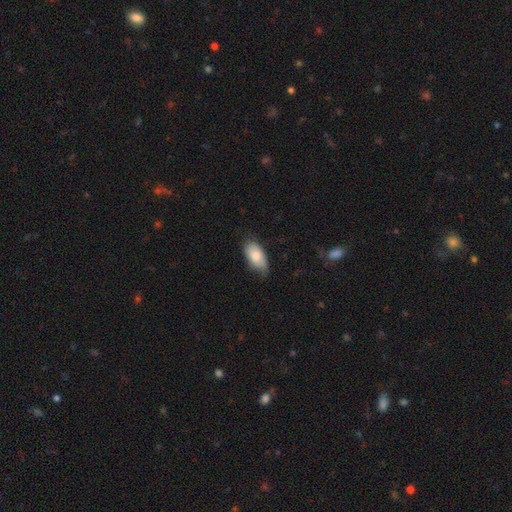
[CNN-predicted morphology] A smooth galaxy with no disk features (79%) that is in between round and cigar-shaped (93%). Merging: none (62%).